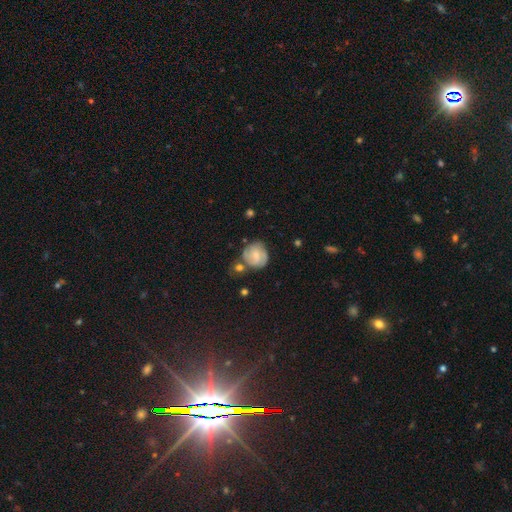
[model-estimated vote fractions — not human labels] featured or disk 55%, smooth 38%, star or artifact 7%. Down the decision tree: edge-on disk — no (98%); bar — no (55%); spiral arms — yes (86%); bulge size — small (51%); merging — none (59%).